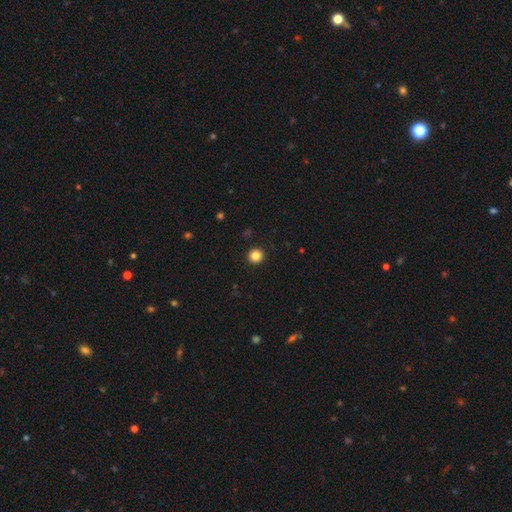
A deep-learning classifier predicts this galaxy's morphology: Overall: smooth (85%). How rounded: round (94%). Merging: none (93%).